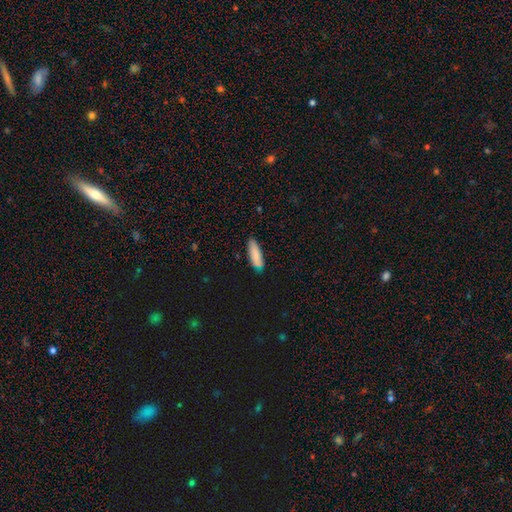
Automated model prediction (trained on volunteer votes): Smooth or featured? Predicted: smooth (p=0.85). How rounded? Predicted: in between (p=0.50). Merging? Predicted: none (p=0.79).